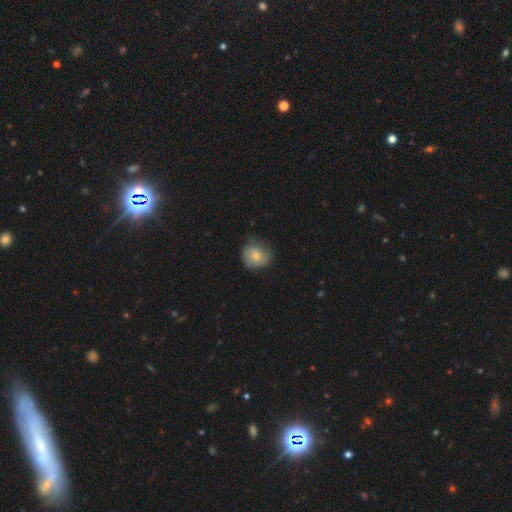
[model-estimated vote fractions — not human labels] Smooth or featured? smooth (70%)
How rounded? round (80%)
Merging? none (60%)